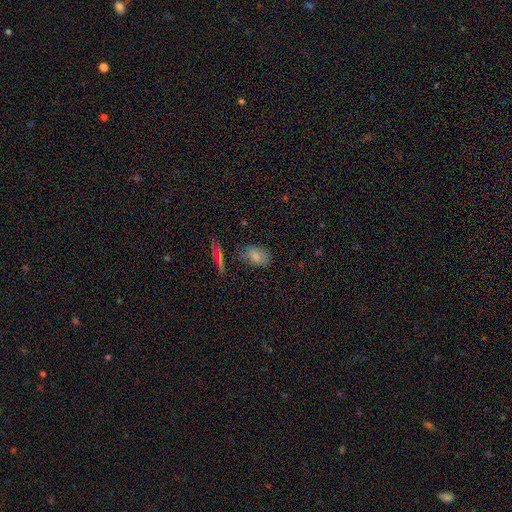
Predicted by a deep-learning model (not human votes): Smooth or featured?
  - smooth: 80% *
  - featured or disk: 10%
  - star or artifact: 10%
How rounded?
  - in between: 89% *
  - round: 8%
  - cigar-shaped: 3%
Merging?
  - none: 71% *
  - minor disturbance: 19%
  - major disturbance: 5%
  - merger: 5%